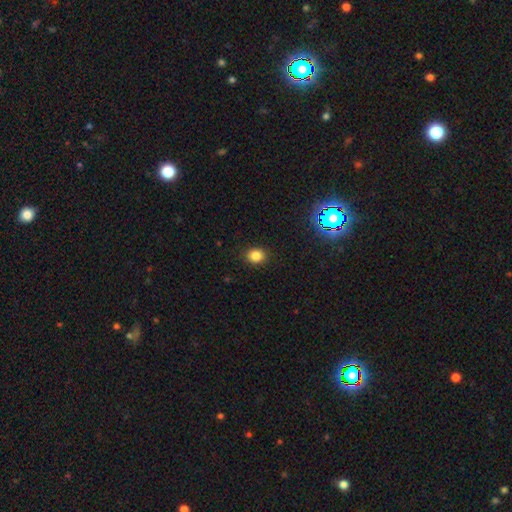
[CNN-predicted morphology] A smooth galaxy with no disk features (83%) that is round (61%).

Vote fractions:
- Smooth or featured? smooth: 83% / star or artifact: 12% / featured or disk: 4%
- How rounded? round: 61% / in between: 38% / cigar-shaped: 1%
- Merging? none: 89% / minor disturbance: 8% / major disturbance: 2% / merger: 1%